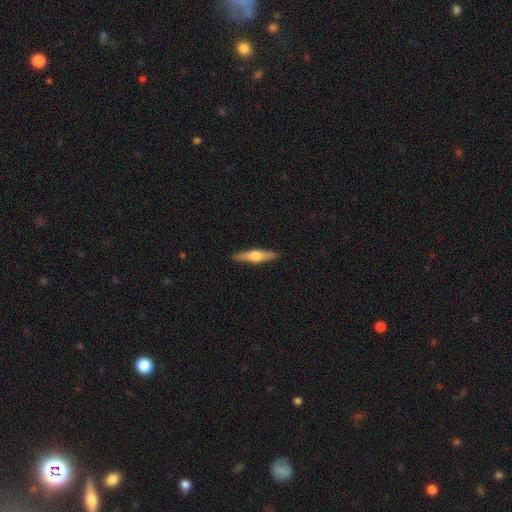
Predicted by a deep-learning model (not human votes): Smooth or featured? Predicted: featured or disk (p=0.64). Edge-on disk? Predicted: yes (p=0.97). Edge-on bulge? Predicted: rounded (p=0.93). Merging? Predicted: none (p=0.91).